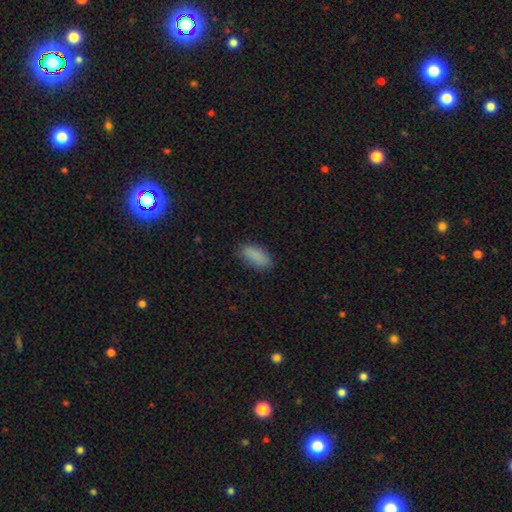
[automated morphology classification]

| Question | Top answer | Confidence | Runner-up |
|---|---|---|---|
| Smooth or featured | smooth | 87% | star or artifact (8%) |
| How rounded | in between | 86% | cigar-shaped (11%) |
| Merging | none | 80% | minor disturbance (15%) |